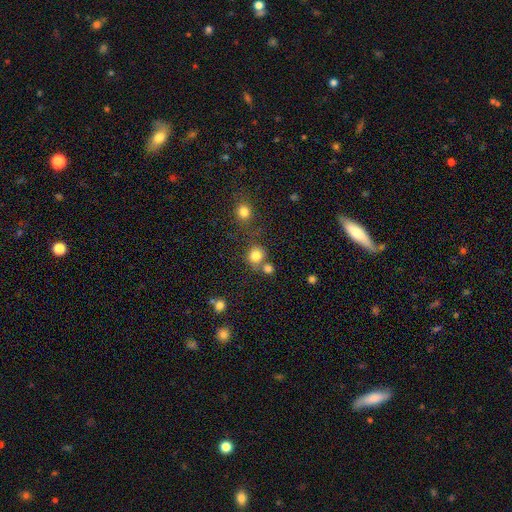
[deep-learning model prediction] The model was most divided on "merging": none: 64%, merger: 22%, minor disturbance: 10%, major disturbance: 4%. More confident: how rounded — round (86%); smooth or featured — smooth (81%).